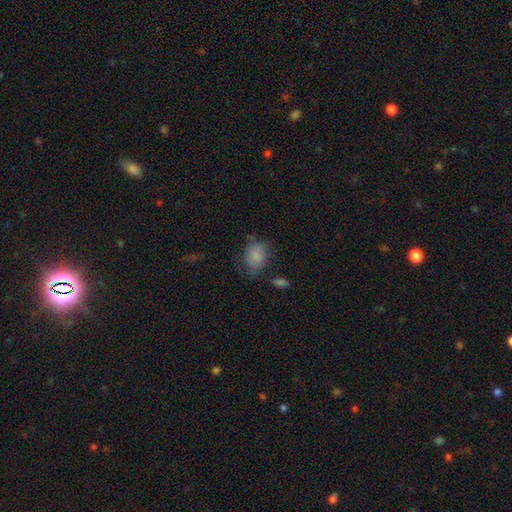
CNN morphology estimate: A smooth galaxy with no disk features (79%) that is in between round and cigar-shaped (72%).

Vote fractions:
- Smooth or featured? smooth: 79% / featured or disk: 12% / star or artifact: 9%
- How rounded? in between: 72% / round: 27% / cigar-shaped: 1%
- Merging? none: 51% / minor disturbance: 30% / major disturbance: 15% / merger: 4%